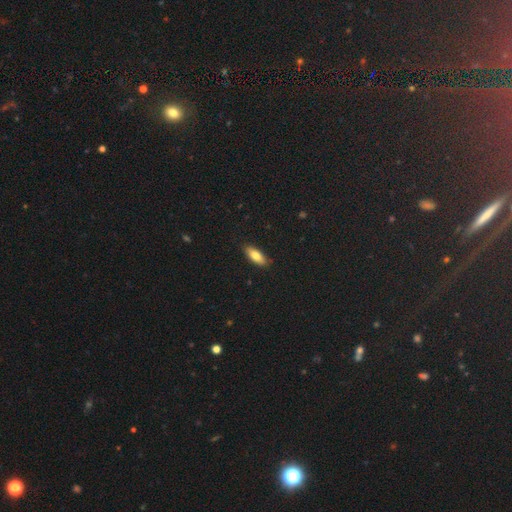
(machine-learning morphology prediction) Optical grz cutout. It shows a smooth galaxy with no disk features (79%) that is in between round and cigar-shaped (73%). Merging: none (87%).